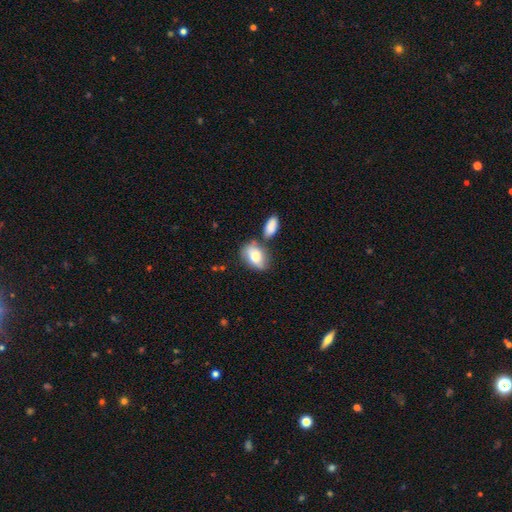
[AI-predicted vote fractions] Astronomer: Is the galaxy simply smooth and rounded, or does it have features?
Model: smooth — 74%.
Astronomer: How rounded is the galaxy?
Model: in between — 87%.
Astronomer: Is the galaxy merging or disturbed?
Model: none — 49% (runner-up: merger, 24%).